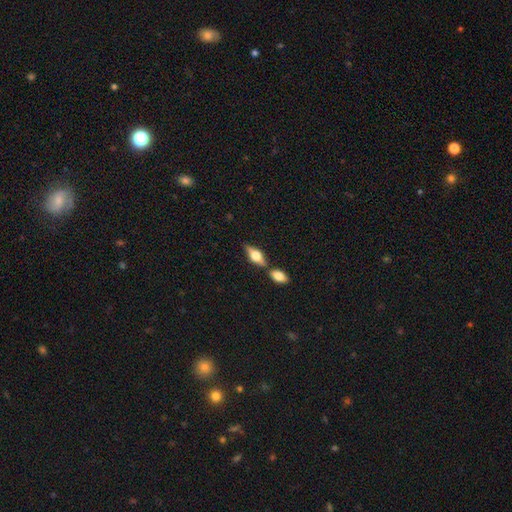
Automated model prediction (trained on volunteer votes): Smooth or featured: featured or disk — 50% (smooth — 43%)
Merging: none — 65% (merger — 21%)